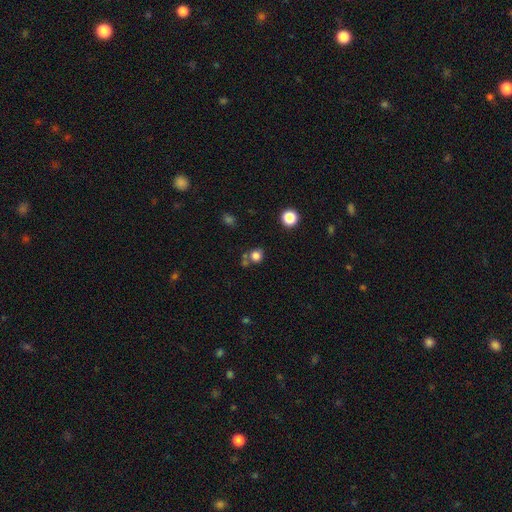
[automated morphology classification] Smooth or featured: smooth — 79% (star or artifact — 14%)
How rounded: round — 79% (in between — 20%)
Merging: none — 62% (merger — 21%)